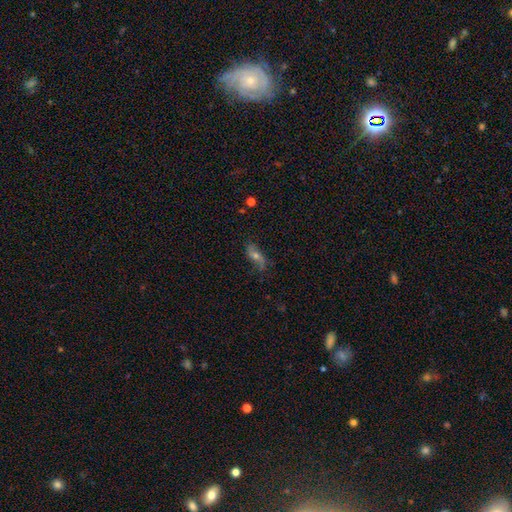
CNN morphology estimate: This is likely a featured or disk galaxy (62%). It is clearly not viewed edge-on (85%). Bar: likely no (62%). Spiral arm pattern: clearly yes (86%). Central bulge: possibly moderate (53%). Merging: likely none (70%).